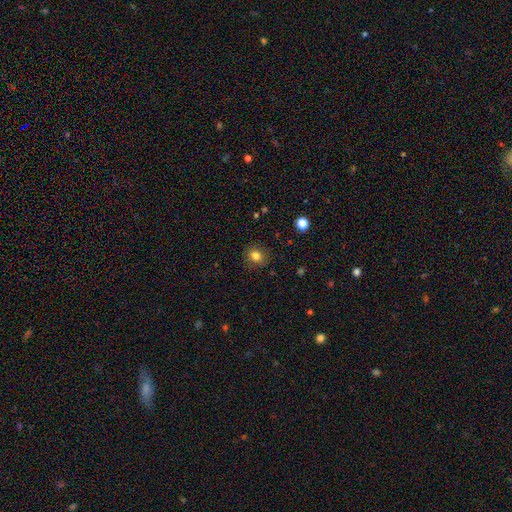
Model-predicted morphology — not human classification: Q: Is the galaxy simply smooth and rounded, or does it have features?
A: smooth — 81%.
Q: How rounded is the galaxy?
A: round — 73%.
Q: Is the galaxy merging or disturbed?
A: none — 86%.